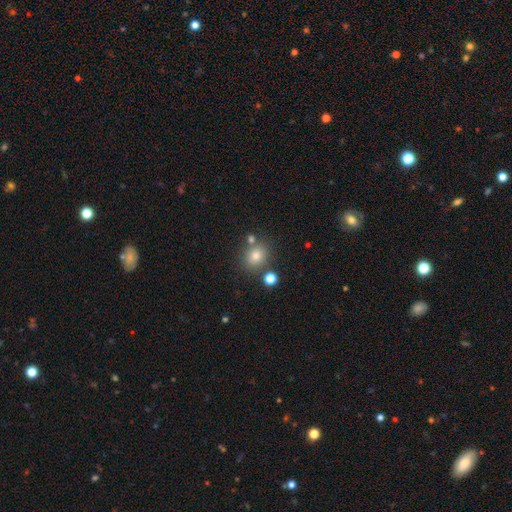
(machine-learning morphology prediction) smooth_or_featured: smooth (p=0.76) [alt: star or artifact p=0.15]
how_rounded: round (p=0.70) [alt: in between p=0.29]
merging: none (p=0.75) [alt: merger p=0.11]